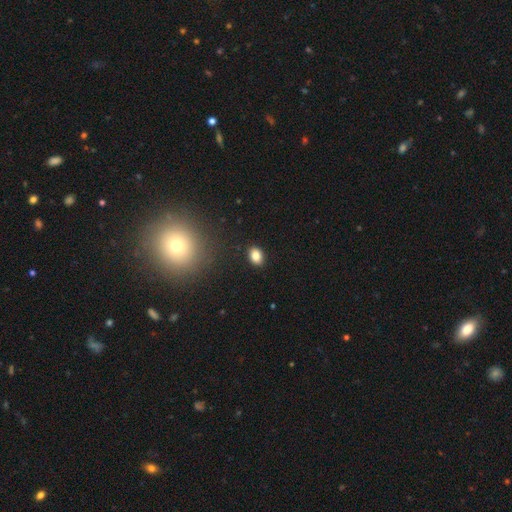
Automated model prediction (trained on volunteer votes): The model was most divided on "how rounded": in between: 73%, round: 26%, cigar-shaped: 1%. More confident: merging — none (89%); smooth or featured — smooth (83%).